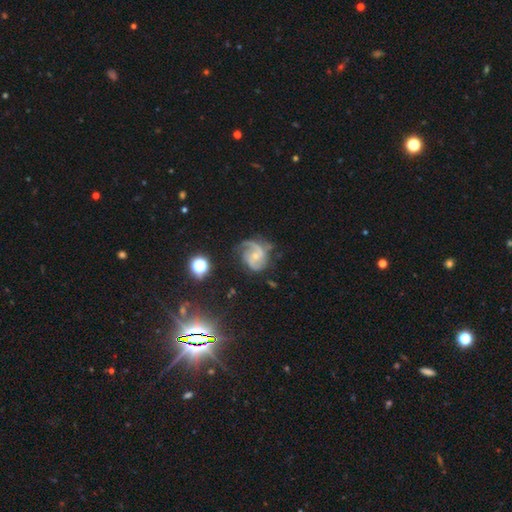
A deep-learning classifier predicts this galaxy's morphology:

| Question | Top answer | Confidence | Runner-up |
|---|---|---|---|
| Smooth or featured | featured or disk | 84% | smooth (8%) |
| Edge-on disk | no | 98% | yes (2%) |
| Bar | no | 61% | weak (32%) |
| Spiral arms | yes | 96% | no (4%) |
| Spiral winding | medium | 51% | tight (25%) |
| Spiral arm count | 2 | 65% | 1 (16%) |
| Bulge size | small | 64% | moderate (31%) |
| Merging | none | 57% | minor disturbance (23%) |